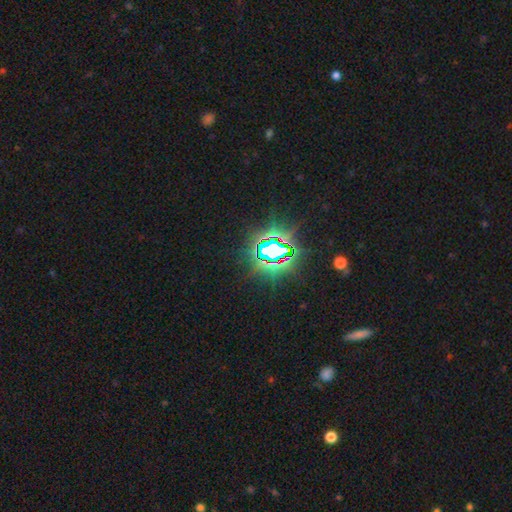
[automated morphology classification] smooth-or-featured: star or artifact: 84% | smooth: 10% | featured or disk: 6%